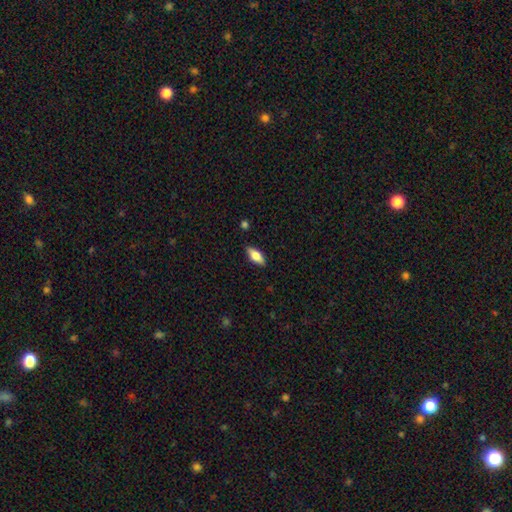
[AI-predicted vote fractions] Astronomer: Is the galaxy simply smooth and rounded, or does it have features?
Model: smooth — 71%.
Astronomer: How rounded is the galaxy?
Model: in between — 78%.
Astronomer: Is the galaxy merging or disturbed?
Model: none — 87%.